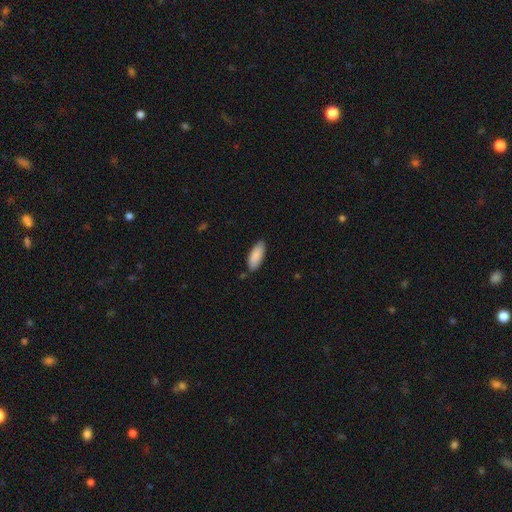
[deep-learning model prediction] This is clearly a smooth galaxy (89%). How rounded: likely in between (78%). Merging: clearly none (82%).